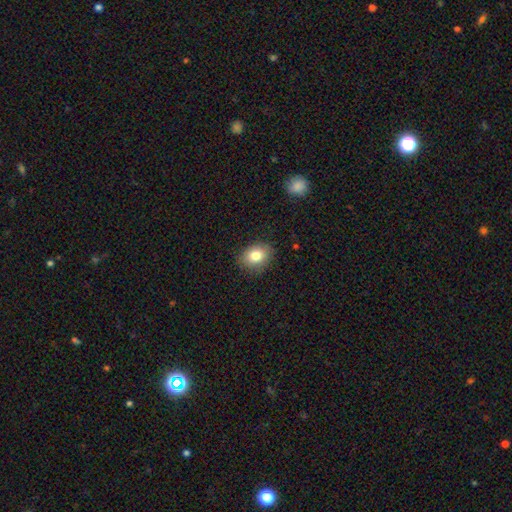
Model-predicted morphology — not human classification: smooth 81%, featured or disk 10%, star or artifact 9%. Down the decision tree: how rounded — in between (68%); merging — none (86%).